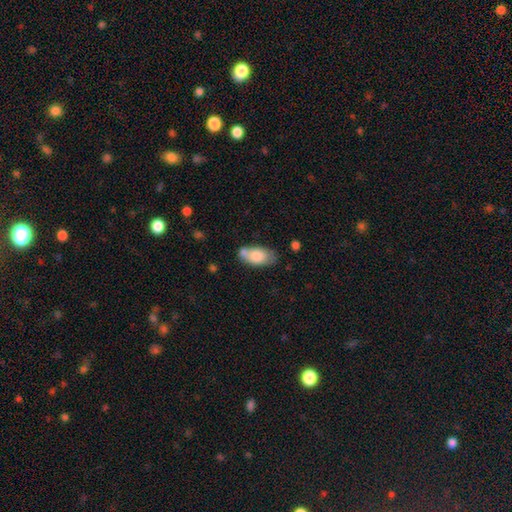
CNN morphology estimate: smooth-or-featured: smooth: 80% | featured or disk: 13% | star or artifact: 7%
  how-rounded: in between: 91% | round: 5% | cigar-shaped: 4%
  merging: none: 52% | merger: 21% | minor disturbance: 21% | major disturbance: 6%